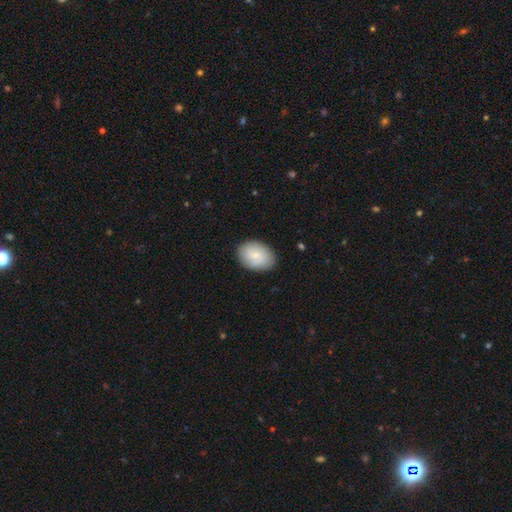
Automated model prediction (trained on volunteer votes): A smooth galaxy with no disk features (81%) that is in between round and cigar-shaped (78%).

Vote fractions:
- Smooth or featured? smooth: 81% / featured or disk: 13% / star or artifact: 6%
- How rounded? in between: 78% / round: 21% / cigar-shaped: 1%
- Merging? none: 86% / minor disturbance: 11% / major disturbance: 2% / merger: 1%